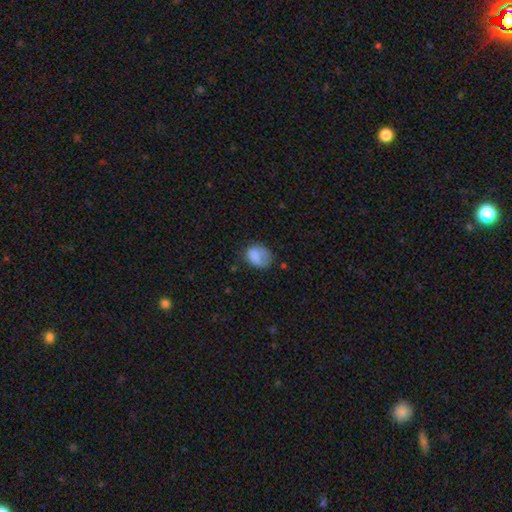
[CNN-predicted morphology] This appears to be a smooth galaxy with no disk features (80%) that is in between round and cigar-shaped (59%). Merging: none (48%).